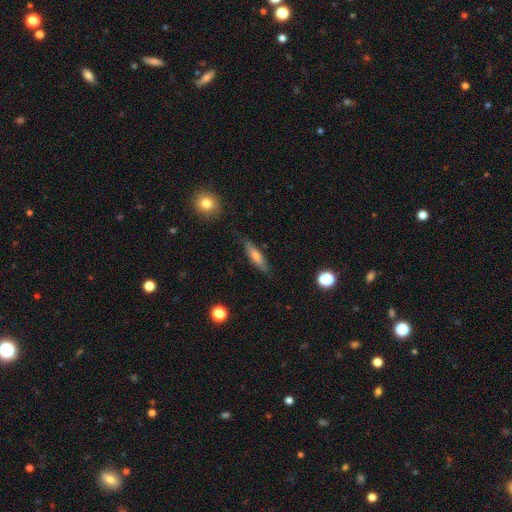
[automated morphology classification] smooth_or_featured: smooth (p=0.56) [alt: featured or disk p=0.36]
how_rounded: cigar-shaped (p=0.72) [alt: in between p=0.25]
merging: none (p=0.82) [alt: minor disturbance p=0.13]